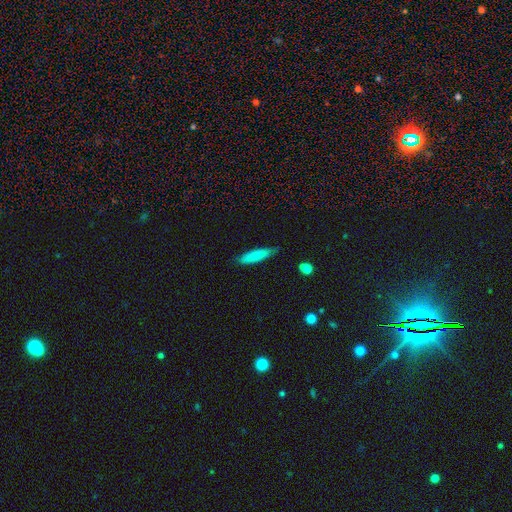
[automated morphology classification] A smooth galaxy with no disk features (79%) that is cigar-shaped (77%). Merging: none (80%).